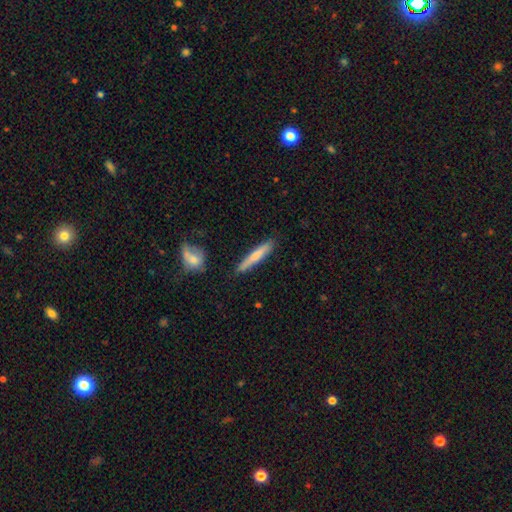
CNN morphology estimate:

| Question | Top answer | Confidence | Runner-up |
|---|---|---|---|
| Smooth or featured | smooth | 65% | featured or disk (30%) |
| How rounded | cigar-shaped | 92% | in between (6%) |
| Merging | none | 85% | minor disturbance (10%) |